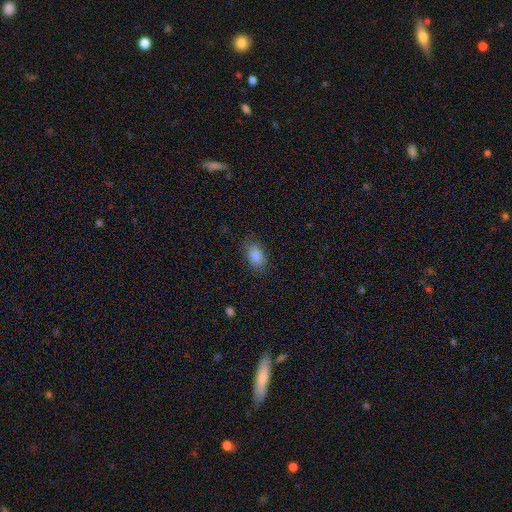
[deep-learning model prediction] smooth-or-featured: smooth: 87% | star or artifact: 8% | featured or disk: 5%
  how-rounded: in between: 89% | round: 9% | cigar-shaped: 2%
  merging: none: 84% | minor disturbance: 12% | major disturbance: 3% | merger: 1%